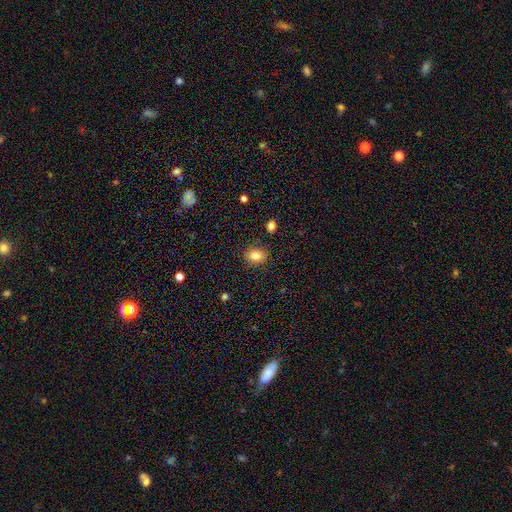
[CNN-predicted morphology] Smooth or featured: smooth — 82% (star or artifact — 10%)
How rounded: in between — 61% (round — 38%)
Merging: none — 84% (minor disturbance — 11%)